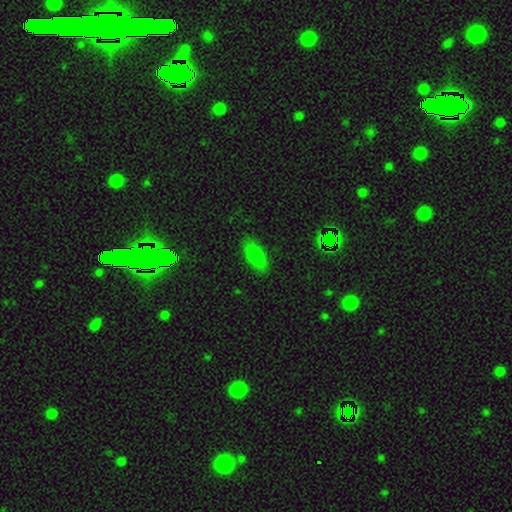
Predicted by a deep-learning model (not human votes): Smooth or featured? smooth (80%)
How rounded? in between (83%)
Merging? none (84%)